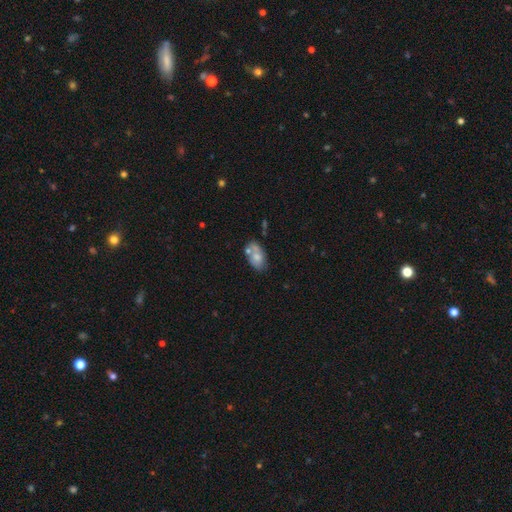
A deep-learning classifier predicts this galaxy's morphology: The model was most divided on "merging": none: 48%, minor disturbance: 23%, merger: 22%, major disturbance: 8%. More confident: how rounded — in between (90%); smooth or featured — smooth (64%).